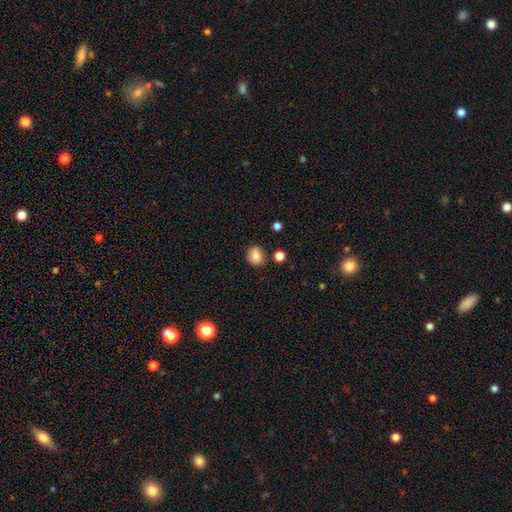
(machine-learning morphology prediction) type=smooth (85%); roundness=round (61%); merging=none (78%).